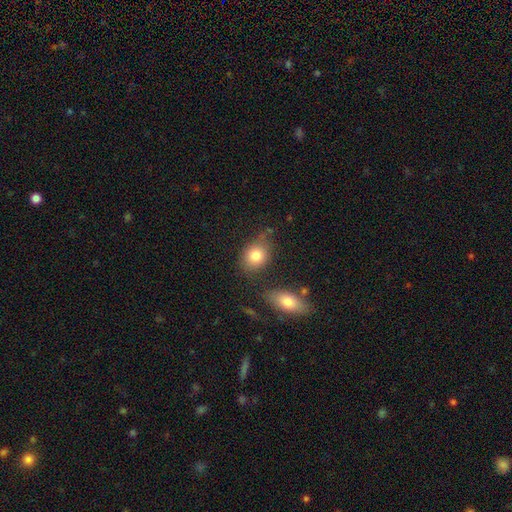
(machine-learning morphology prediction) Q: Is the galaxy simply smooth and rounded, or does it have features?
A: smooth — 82%.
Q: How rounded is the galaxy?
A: in between — 53%.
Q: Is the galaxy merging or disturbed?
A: none — 68%.